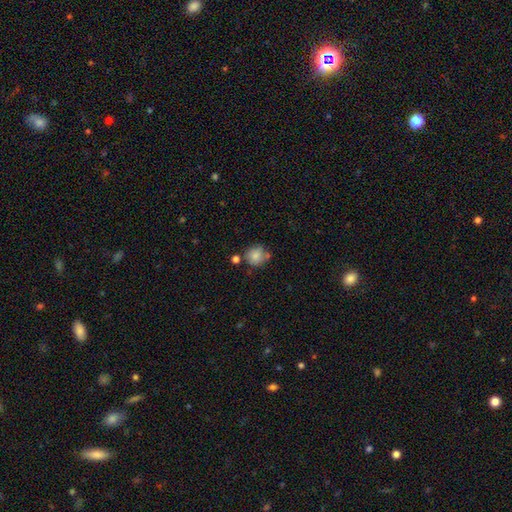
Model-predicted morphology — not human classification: Smooth or featured? smooth (82%)
How rounded? round (83%)
Merging? none (62%)